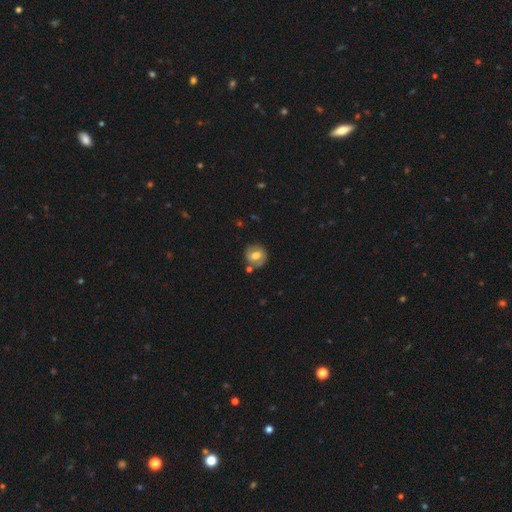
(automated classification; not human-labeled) Smooth or featured: smooth — 52% (featured or disk — 40%)
How rounded: round — 79% (in between — 20%)
Merging: none — 70% (minor disturbance — 16%)